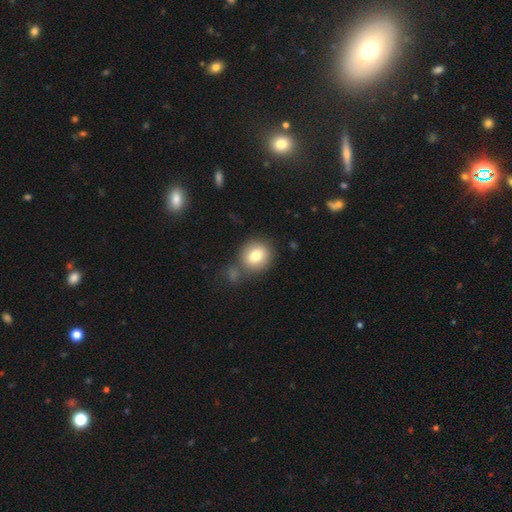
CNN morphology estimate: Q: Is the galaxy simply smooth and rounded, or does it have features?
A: smooth — 78%.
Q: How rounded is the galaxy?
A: round — 75%.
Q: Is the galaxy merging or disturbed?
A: none — 65%.